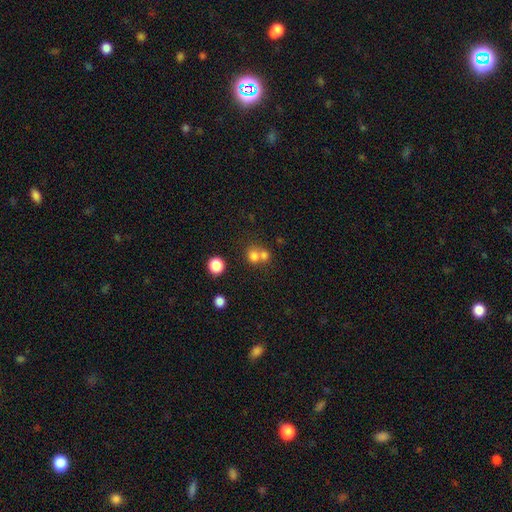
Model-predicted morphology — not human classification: This is likely a smooth galaxy (74%). How rounded: likely round (79%). Merging: possibly merger (51%).